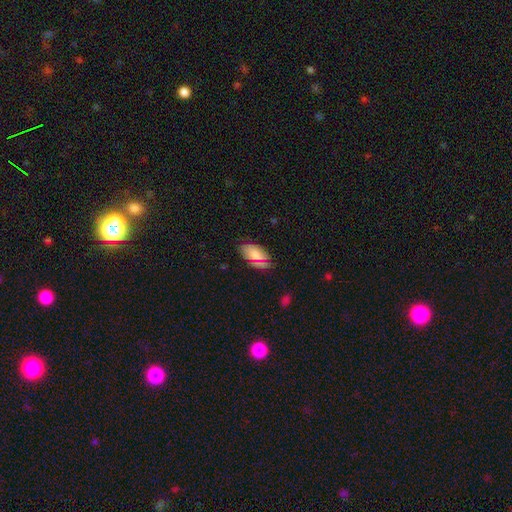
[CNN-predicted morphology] The model was most divided on "smooth or featured": smooth: 77%, star or artifact: 13%, featured or disk: 10%. More confident: how rounded — in between (93%); merging — none (81%).